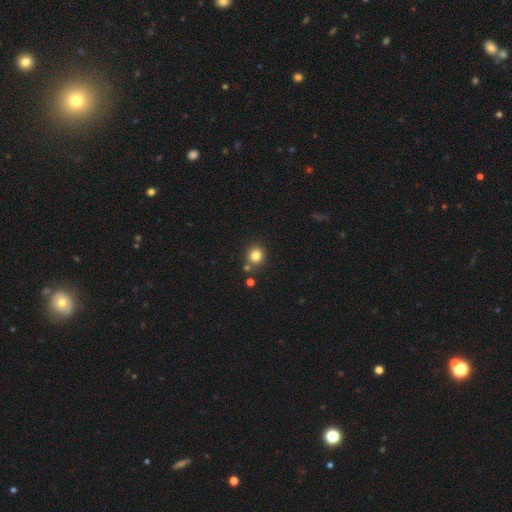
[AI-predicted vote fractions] Smooth or featured? smooth (82%)
How rounded? round (89%)
Merging? none (79%)